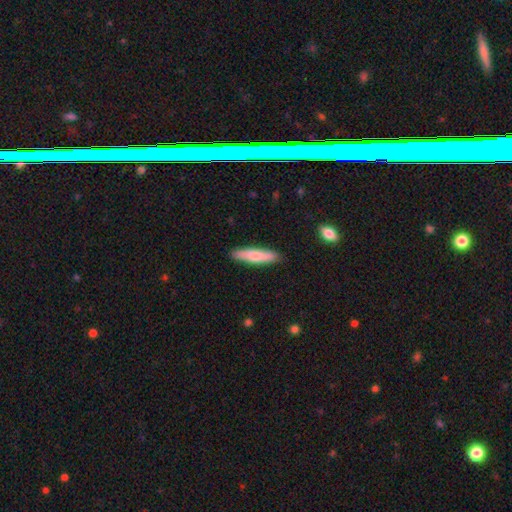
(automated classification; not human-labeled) Morphology: type=smooth (73%); roundness=cigar-shaped (81%); merging=none (89%).